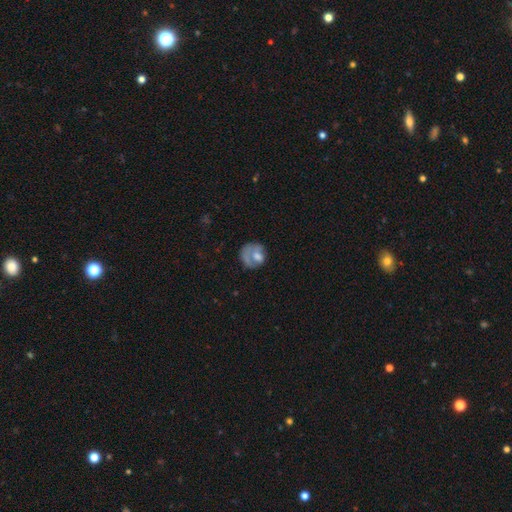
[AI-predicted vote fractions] Smooth or featured? Predicted: smooth (p=0.58). How rounded? Predicted: round (p=0.72). Merging? Predicted: none (p=0.43).